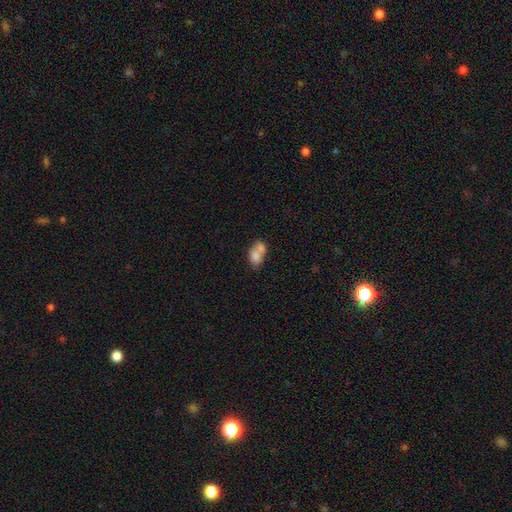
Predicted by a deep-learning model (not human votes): Overall: smooth (73%). How rounded: in between (82%). Merging: merger (63%; none 24%).